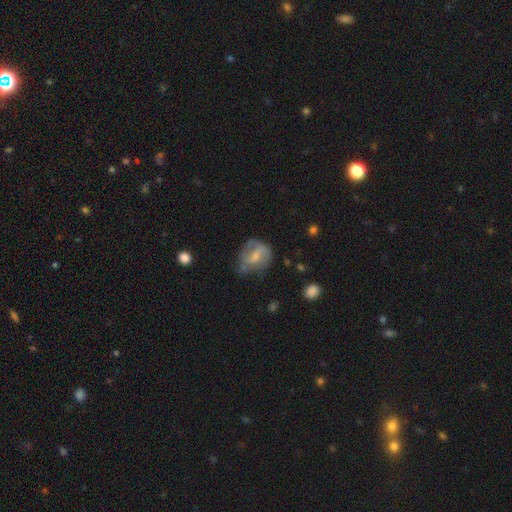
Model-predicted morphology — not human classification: A featured or disk galaxy (52%) with a weak bar (47%), spiral arms (63%) and a small central bulge (45%).

Vote fractions:
- Smooth or featured? featured or disk: 52% / smooth: 40% / star or artifact: 8%
- Edge-on disk? no: 96% / yes: 4%
- Bar? weak: 47% / no: 36% / strong: 17%
- Spiral arms? yes: 63% / no: 37%
- Bulge size? small: 45% / moderate: 37% / none: 13% / large: 3% / dominant: 1%
- Merging? none: 48% / minor disturbance: 30% / major disturbance: 19% / merger: 3%